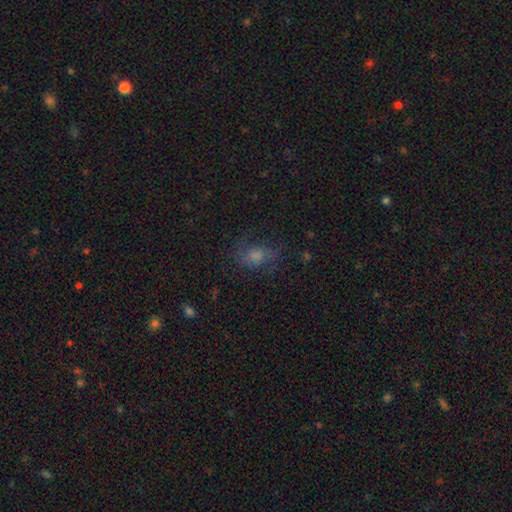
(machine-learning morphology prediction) A smooth galaxy with no disk features (41%).

Vote fractions:
- Smooth or featured? smooth: 41% / featured or disk: 34% / star or artifact: 25%
- Merging? none: 65% / minor disturbance: 19% / major disturbance: 15% / merger: 2%